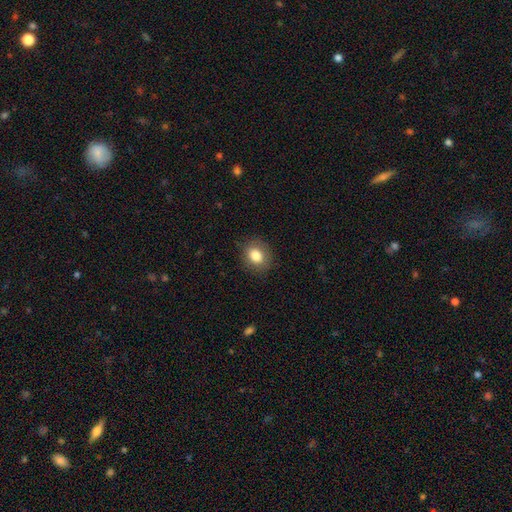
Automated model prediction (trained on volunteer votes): A smooth galaxy with no disk features (83%) that is round (56%).

Vote fractions:
- Smooth or featured? smooth: 83% / star or artifact: 9% / featured or disk: 8%
- How rounded? round: 56% / in between: 43% / cigar-shaped: 1%
- Merging? none: 86% / minor disturbance: 10% / major disturbance: 3% / merger: 1%